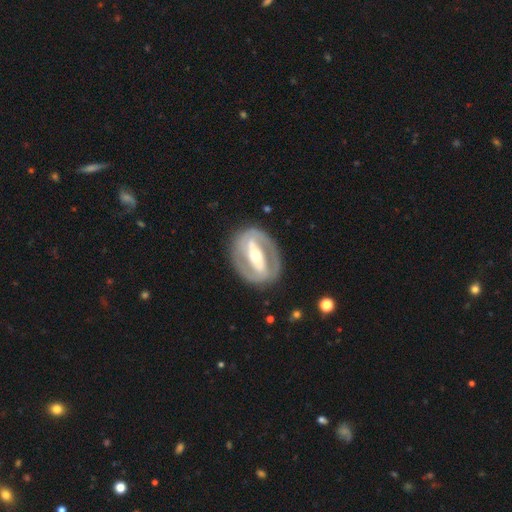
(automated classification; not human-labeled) Smooth or featured? Predicted: featured or disk (p=0.83). Edge-on disk? Predicted: no (p=0.92). Bar? Predicted: strong (p=0.75). Spiral arms? Predicted: yes (p=0.60). Bulge size? Predicted: moderate (p=0.59). Merging? Predicted: none (p=0.83).